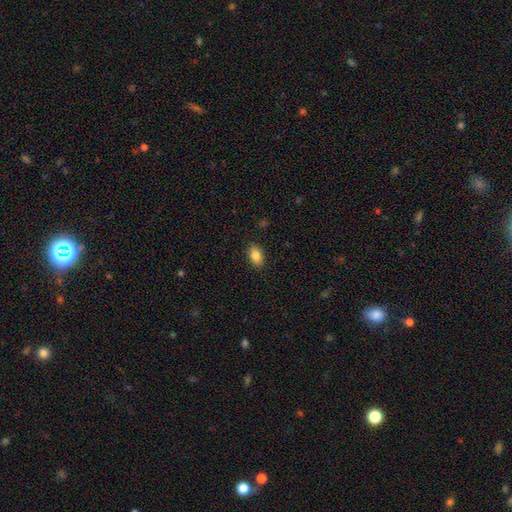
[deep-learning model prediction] Smooth or featured: smooth — 84% (star or artifact — 8%)
How rounded: in between — 90% (round — 6%)
Merging: none — 88% (minor disturbance — 9%)